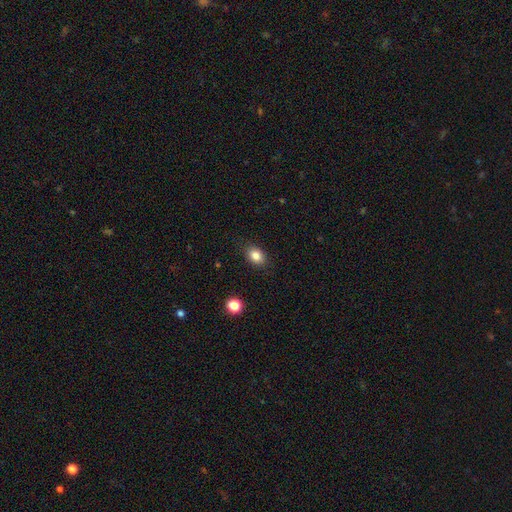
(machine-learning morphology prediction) Smooth or featured? smooth (84%)
How rounded? in between (74%)
Merging? none (86%)